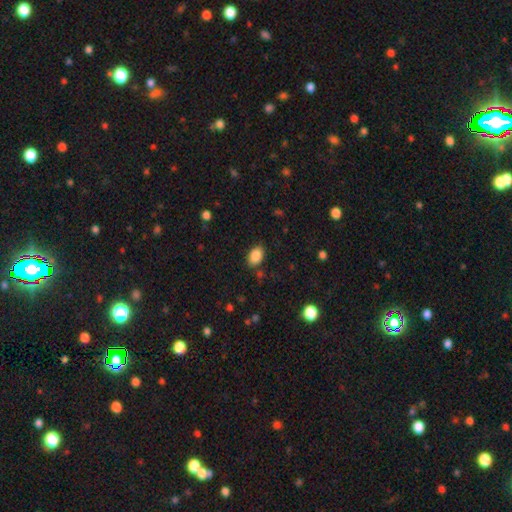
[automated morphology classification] A smooth galaxy with no disk features (87%) that is in between round and cigar-shaped (84%).

Vote fractions:
- Smooth or featured? smooth: 87% / star or artifact: 8% / featured or disk: 5%
- How rounded? in between: 84% / round: 15% / cigar-shaped: 1%
- Merging? none: 84% / minor disturbance: 12% / major disturbance: 3% / merger: 2%